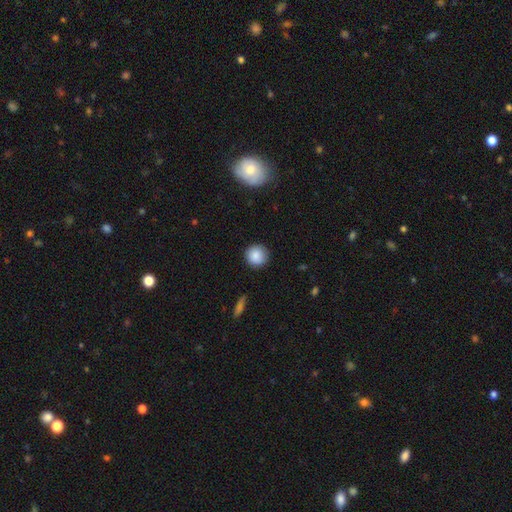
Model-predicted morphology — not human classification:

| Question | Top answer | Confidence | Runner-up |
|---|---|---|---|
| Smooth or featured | smooth | 88% | star or artifact (8%) |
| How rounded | round | 93% | in between (6%) |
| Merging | none | 89% | minor disturbance (8%) |